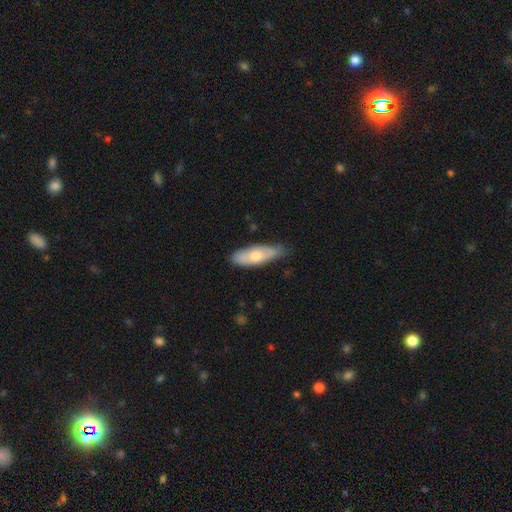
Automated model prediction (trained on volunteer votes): The model was most divided on "smooth or featured": smooth: 57%, featured or disk: 37%, star or artifact: 6%. More confident: merging — none (75%); how rounded — in between (60%).